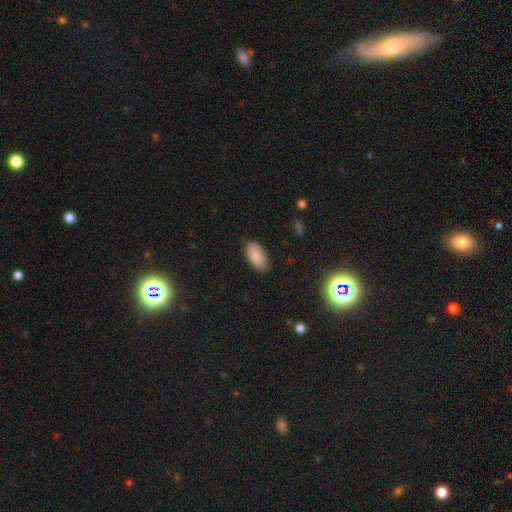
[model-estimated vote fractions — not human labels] smooth_or_featured: smooth (p=0.88) [alt: star or artifact p=0.07]
how_rounded: in between (p=0.92) [alt: cigar-shaped p=0.06]
merging: none (p=0.82) [alt: minor disturbance p=0.14]